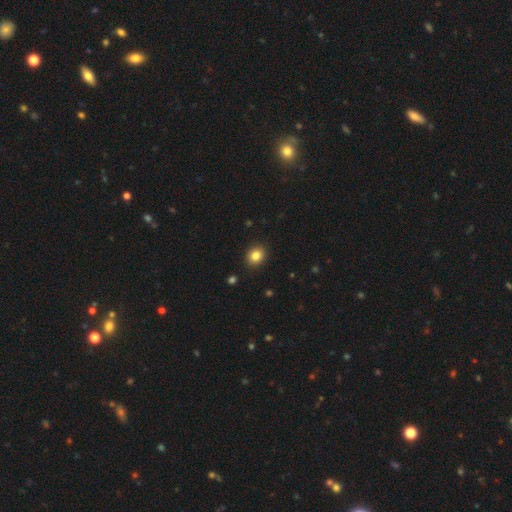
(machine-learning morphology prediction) A smooth galaxy with no disk features (84%) that is round (68%). Merging: none (91%).